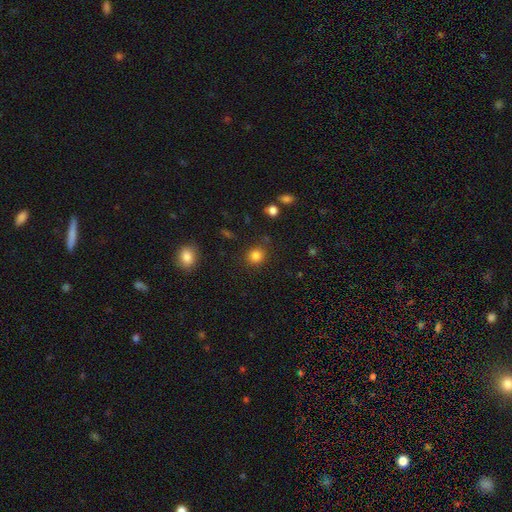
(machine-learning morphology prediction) smooth_or_featured: smooth (p=0.84) [alt: star or artifact p=0.12]
how_rounded: round (p=0.81) [alt: in between p=0.18]
merging: none (p=0.84) [alt: minor disturbance p=0.10]